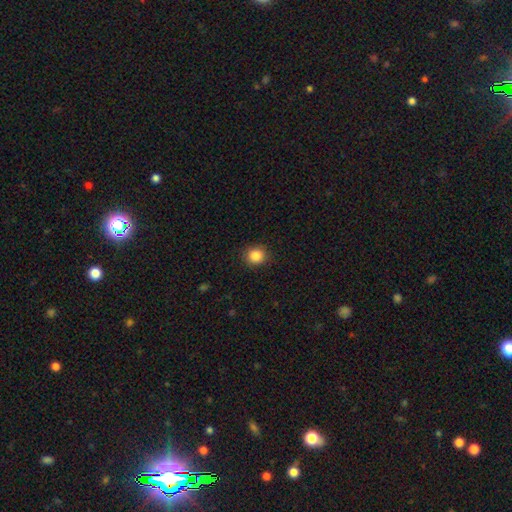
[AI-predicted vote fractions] Smooth or featured?
  - smooth: 86% *
  - star or artifact: 10%
  - featured or disk: 4%
How rounded?
  - round: 85% *
  - in between: 14%
  - cigar-shaped: 1%
Merging?
  - none: 90% *
  - minor disturbance: 7%
  - major disturbance: 2%
  - merger: 1%